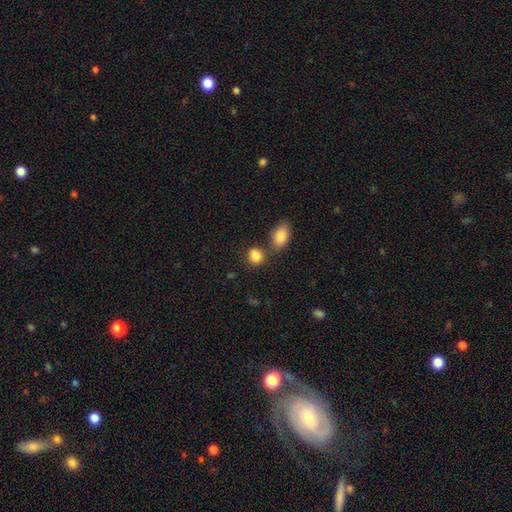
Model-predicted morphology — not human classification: This is clearly a smooth galaxy (86%). How rounded: possibly in between (53%). Merging: possibly none (59%).